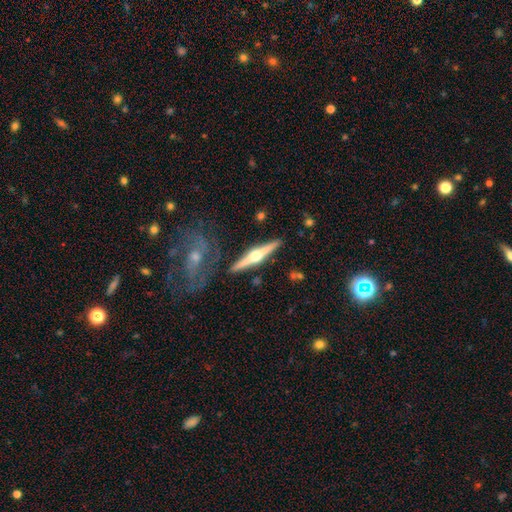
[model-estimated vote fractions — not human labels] Smooth or featured: featured or disk — 77% (smooth — 18%)
Edge-on disk: yes — 98% (no — 2%)
Edge-on bulge: rounded — 96% (boxy — 2%)
Merging: none — 86% (minor disturbance — 8%)